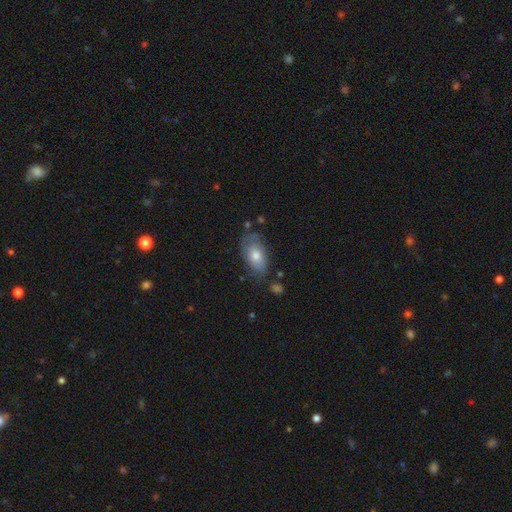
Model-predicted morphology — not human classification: The model was most divided on "merging": none: 64%, minor disturbance: 25%, major disturbance: 7%, merger: 4%. More confident: how rounded — in between (90%); smooth or featured — smooth (66%).